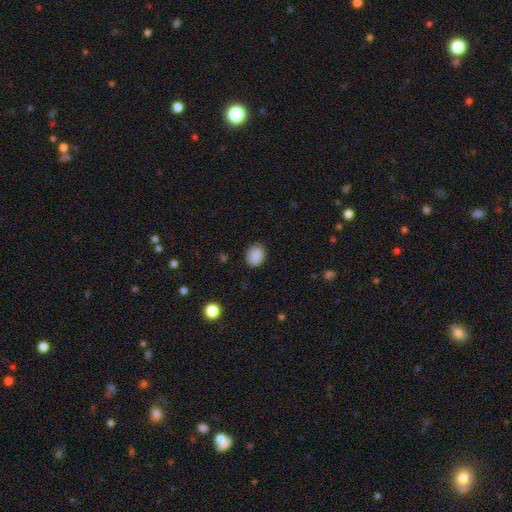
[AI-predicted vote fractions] A smooth galaxy with no disk features (87%) that is round (53%). Merging: none (84%).